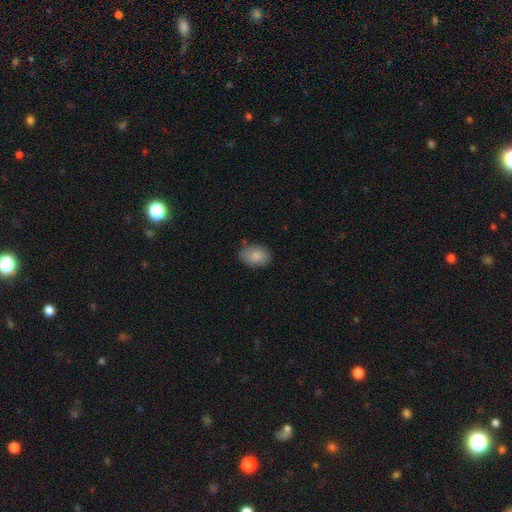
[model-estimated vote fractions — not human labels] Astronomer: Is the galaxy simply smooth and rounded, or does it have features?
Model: smooth — 83%.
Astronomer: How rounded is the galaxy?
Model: in between — 73%.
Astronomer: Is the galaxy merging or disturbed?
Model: none — 76%.